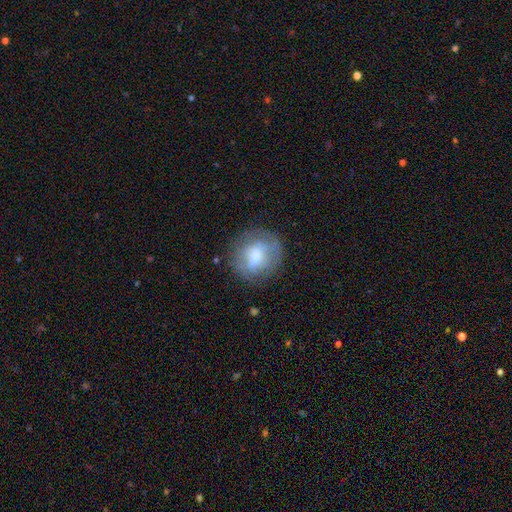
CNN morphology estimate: smooth_or_featured: smooth (p=0.54) [alt: featured or disk p=0.37]
how_rounded: round (p=0.83) [alt: in between p=0.16]
merging: none (p=0.68) [alt: minor disturbance p=0.19]